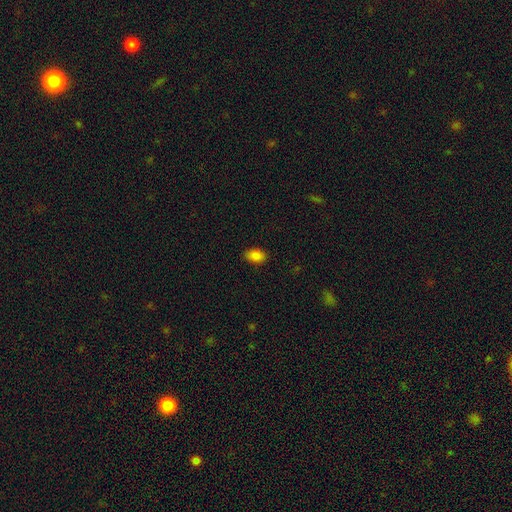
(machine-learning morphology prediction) Smooth or featured? Predicted: smooth (p=0.85). How rounded? Predicted: in between (p=0.87). Merging? Predicted: none (p=0.88).